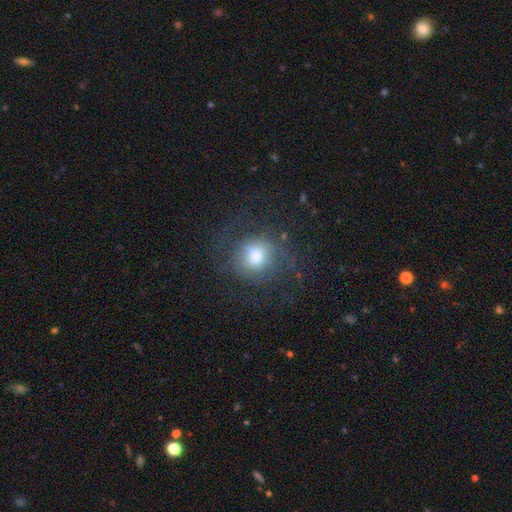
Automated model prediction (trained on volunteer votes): Q: Smooth or featured?
A: smooth (57%); runner-up: featured or disk (30%)
Q: How rounded?
A: round (80%); runner-up: in between (19%)
Q: Merging?
A: none (61%); runner-up: major disturbance (20%)